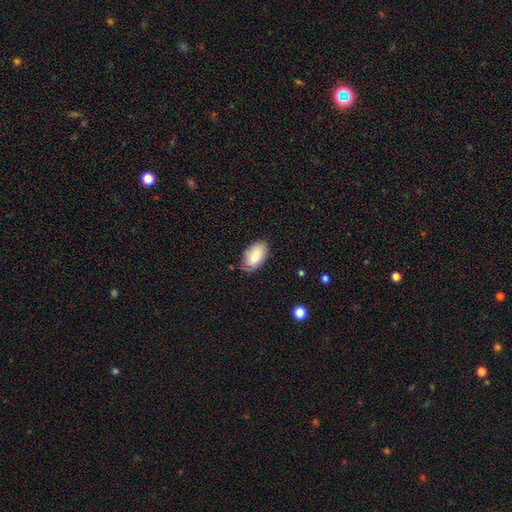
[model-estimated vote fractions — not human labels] Smooth or featured? Predicted: smooth (p=0.87). How rounded? Predicted: in between (p=0.95). Merging? Predicted: none (p=0.79).